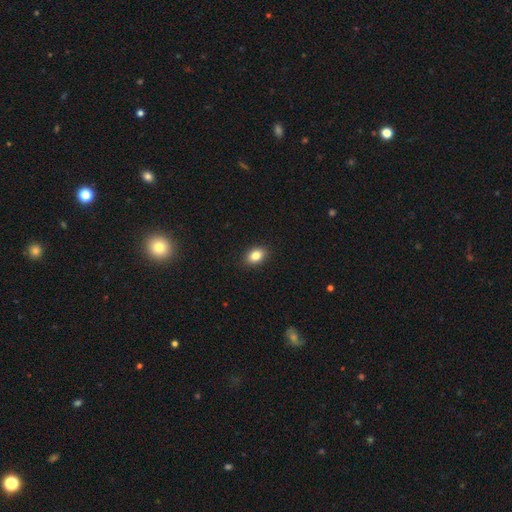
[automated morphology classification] Smooth or featured: smooth — 84% (star or artifact — 9%)
How rounded: in between — 80% (round — 19%)
Merging: none — 90% (minor disturbance — 7%)